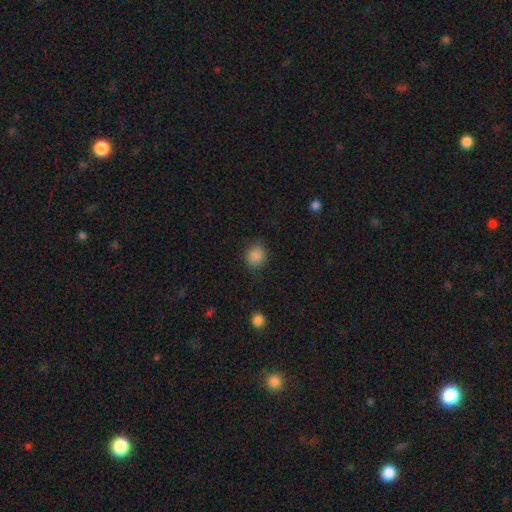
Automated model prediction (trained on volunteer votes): A smooth galaxy with no disk features (86%) that is round (77%).

Vote fractions:
- Smooth or featured? smooth: 86% / star or artifact: 10% / featured or disk: 3%
- How rounded? round: 77% / in between: 22% / cigar-shaped: 1%
- Merging? none: 82% / minor disturbance: 13% / major disturbance: 4% / merger: 1%